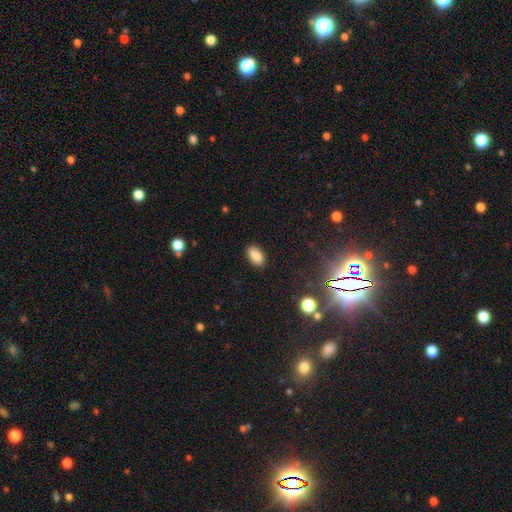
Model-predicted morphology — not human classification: A smooth galaxy with no disk features (85%) that is in between round and cigar-shaped (92%).

Vote fractions:
- Smooth or featured? smooth: 85% / star or artifact: 10% / featured or disk: 5%
- How rounded? in between: 92% / round: 5% / cigar-shaped: 3%
- Merging? none: 88% / minor disturbance: 8% / major disturbance: 2% / merger: 1%